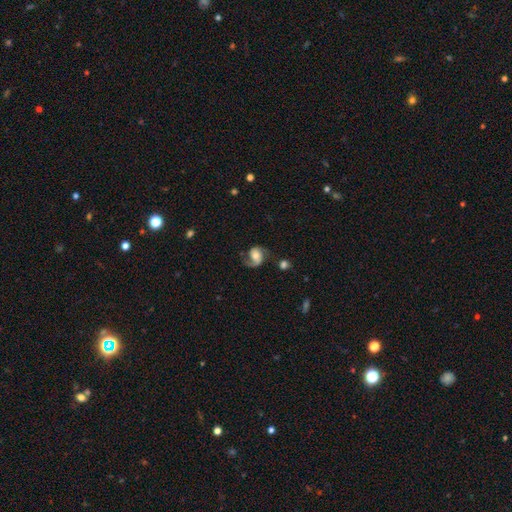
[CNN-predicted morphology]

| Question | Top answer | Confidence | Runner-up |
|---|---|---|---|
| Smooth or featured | featured or disk | 77% | smooth (17%) |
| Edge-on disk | no | 98% | yes (2%) |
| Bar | no | 54% | weak (34%) |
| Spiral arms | yes | 94% | no (6%) |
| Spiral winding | medium | 46% | loose (37%) |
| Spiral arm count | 2 | 70% | 1 (24%) |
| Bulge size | moderate | 61% | small (23%) |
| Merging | none | 62% | minor disturbance (20%) |